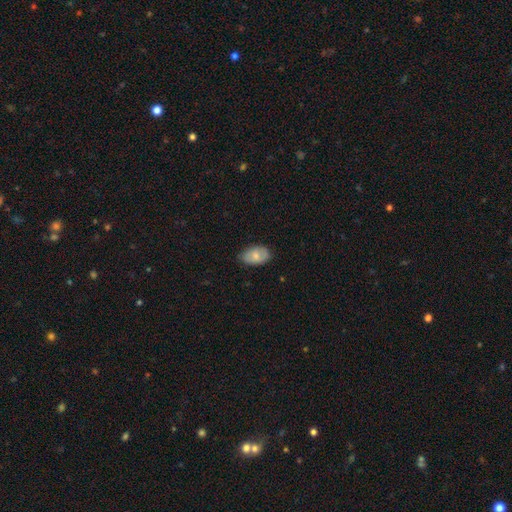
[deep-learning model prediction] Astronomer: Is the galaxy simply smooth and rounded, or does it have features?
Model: smooth — 72%.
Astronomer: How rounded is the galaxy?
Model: in between — 91%.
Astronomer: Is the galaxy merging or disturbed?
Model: none — 75%.